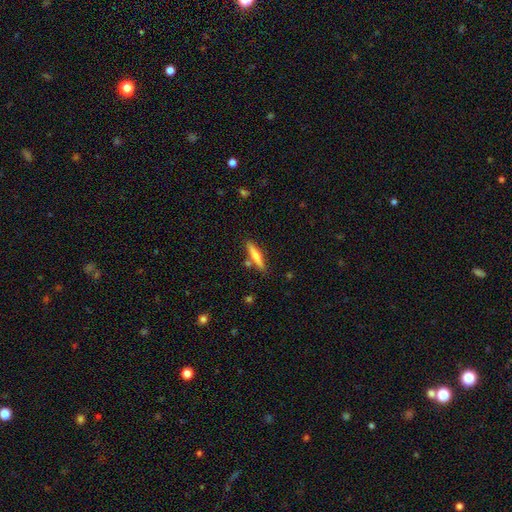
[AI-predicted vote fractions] The model was most divided on "smooth or featured": smooth: 57%, featured or disk: 36%, star or artifact: 6%. More confident: how rounded — cigar-shaped (87%); merging — none (81%).